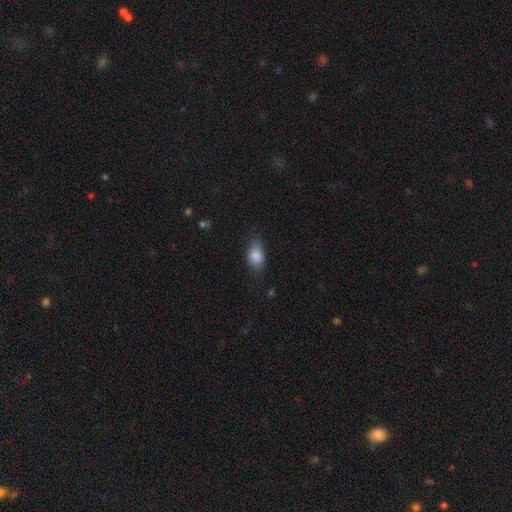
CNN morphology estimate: smooth 85%, star or artifact 8%, featured or disk 7%. Down the decision tree: how rounded — in between (80%); merging — none (66%).